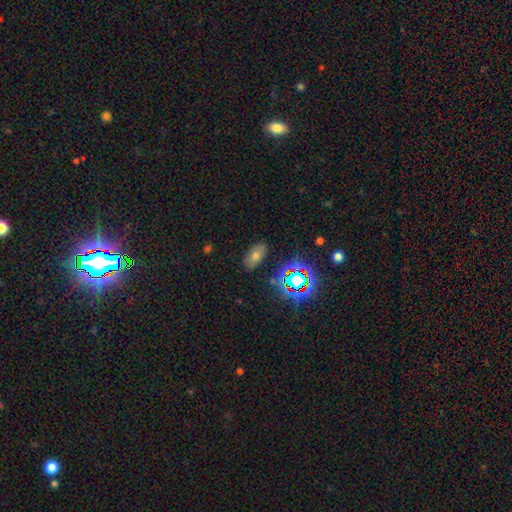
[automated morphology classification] This is possibly a smooth galaxy (56%). How rounded: clearly in between (89%). Merging: clearly none (84%).